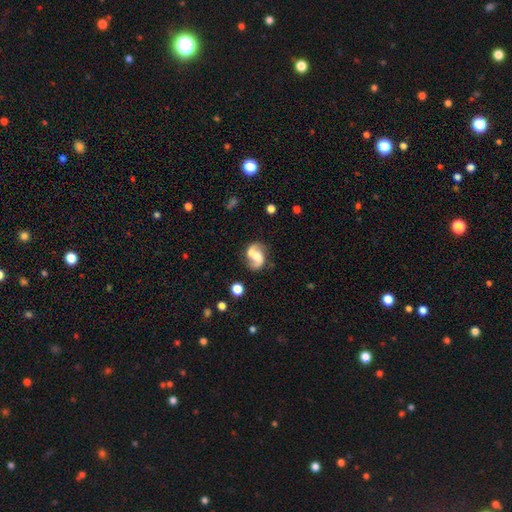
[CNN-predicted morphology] Smooth or featured? featured or disk (76%)
Edge-on disk? no (98%)
Bar? no (52%)
Spiral arms? yes (92%)
Spiral winding? loose (52%)
Spiral arm count? 2 (90%)
Bulge size? moderate (36%)
Merging? none (57%)